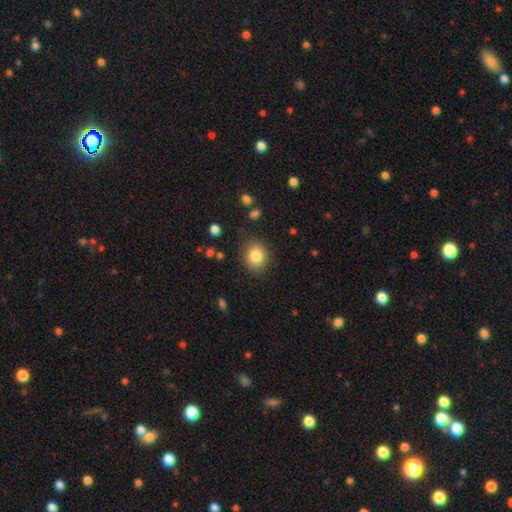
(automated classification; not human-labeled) Smooth or featured: smooth — 83% (star or artifact — 10%)
How rounded: round — 74% (in between — 25%)
Merging: none — 85% (minor disturbance — 10%)